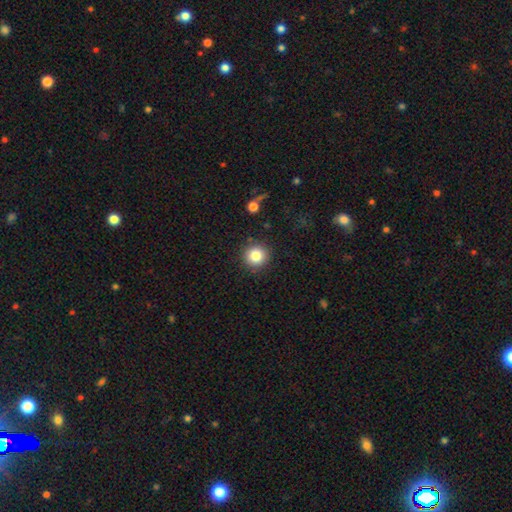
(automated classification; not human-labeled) smooth_or_featured: smooth (p=0.83) [alt: star or artifact p=0.10]
how_rounded: round (p=0.94) [alt: in between p=0.05]
merging: none (p=0.89) [alt: minor disturbance p=0.07]